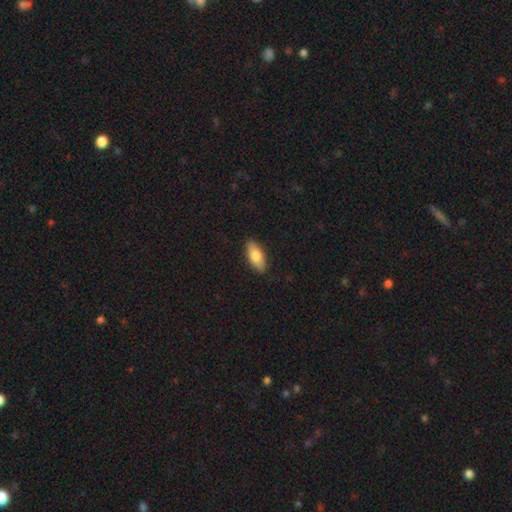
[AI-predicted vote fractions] This appears to be a smooth galaxy with no disk features (77%) that is in between round and cigar-shaped (80%). Merging: none (88%).